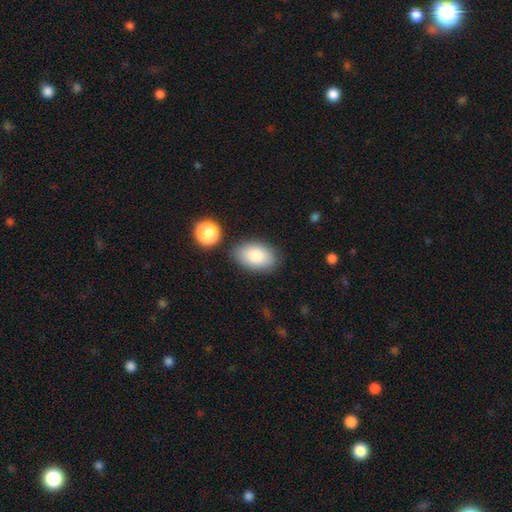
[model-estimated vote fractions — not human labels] Morphology: type=smooth (84%); roundness=in between (91%); merging=none (81%).